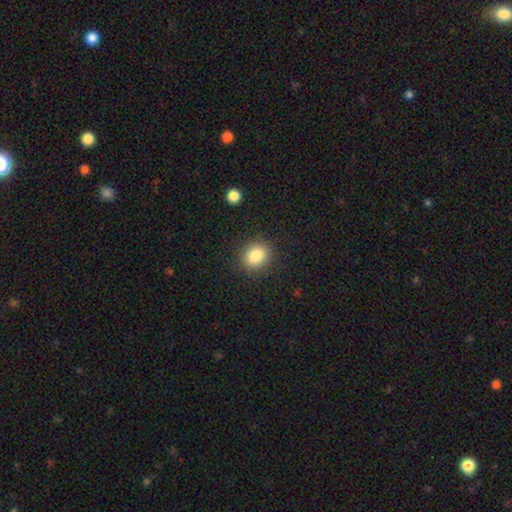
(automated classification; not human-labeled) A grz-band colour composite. It shows a smooth galaxy with no disk features (84%) that is round (64%). Merging: none (88%).